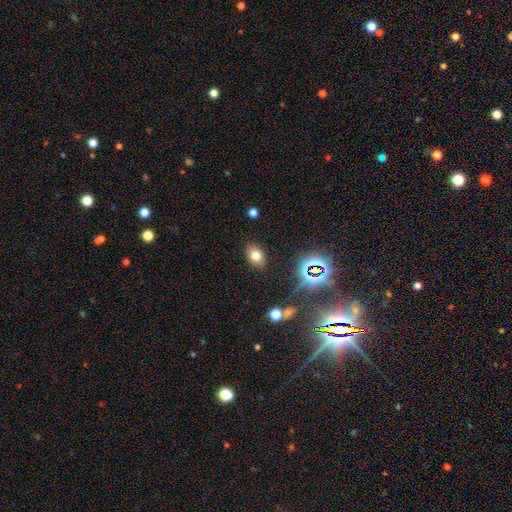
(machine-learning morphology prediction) Overall: smooth (72%). How rounded: in between (78%). Merging: none (85%).